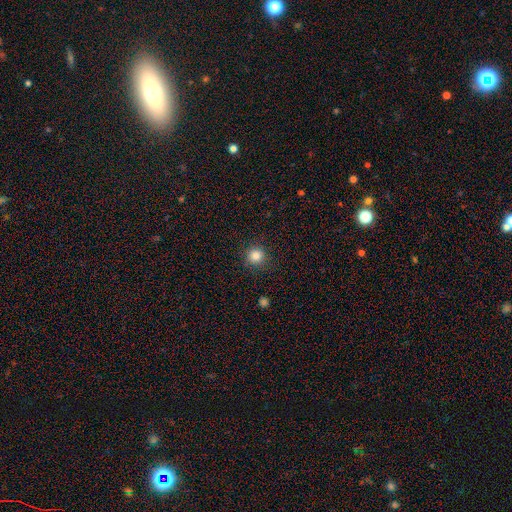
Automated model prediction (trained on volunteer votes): smooth_or_featured: smooth (p=0.85) [alt: star or artifact p=0.11]
how_rounded: round (p=0.94) [alt: in between p=0.05]
merging: none (p=0.90) [alt: minor disturbance p=0.07]